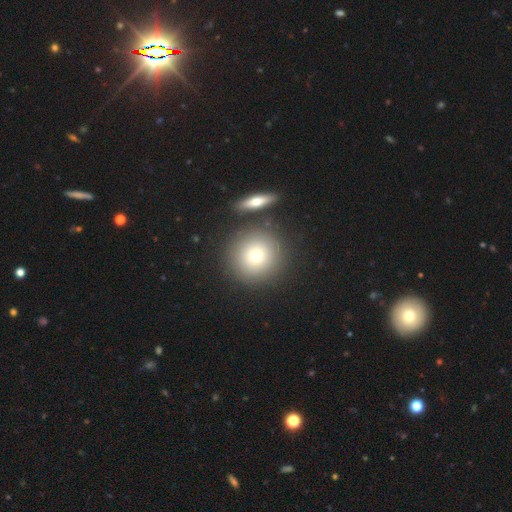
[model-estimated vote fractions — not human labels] Q: Smooth or featured?
A: smooth (75%); runner-up: featured or disk (14%)
Q: How rounded?
A: round (94%); runner-up: in between (5%)
Q: Merging?
A: none (82%); runner-up: merger (8%)